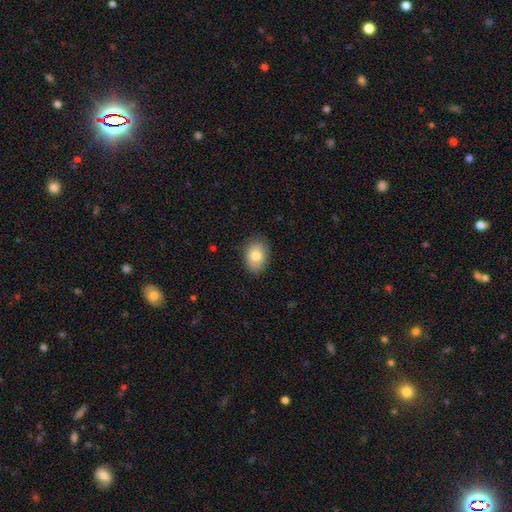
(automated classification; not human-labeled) smooth-or-featured: smooth: 78% | featured or disk: 14% | star or artifact: 8%
  how-rounded: in between: 75% | round: 24% | cigar-shaped: 1%
  merging: none: 83% | minor disturbance: 13% | major disturbance: 3% | merger: 1%